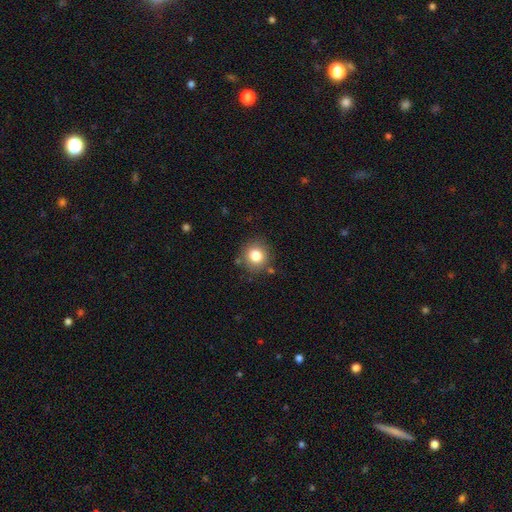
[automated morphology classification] This is clearly a smooth galaxy (81%). How rounded: clearly round (89%). Merging: clearly none (84%).